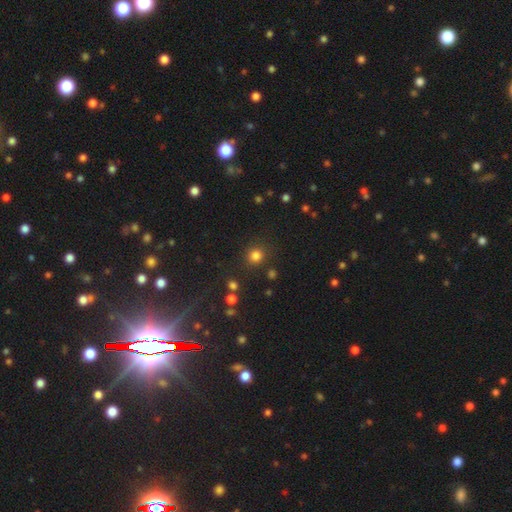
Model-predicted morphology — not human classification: This appears to be a smooth galaxy with no disk features (81%) that is round (90%). Merging: none (85%).